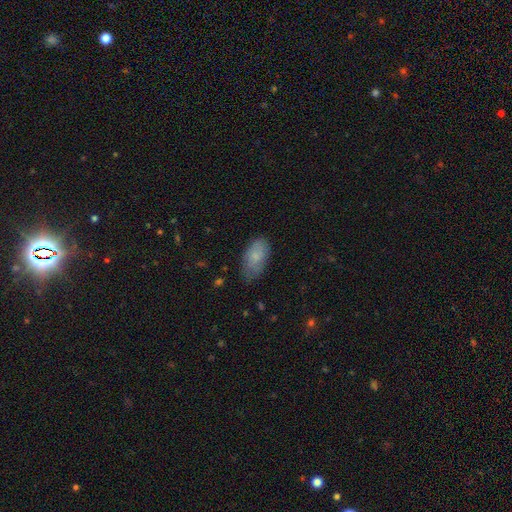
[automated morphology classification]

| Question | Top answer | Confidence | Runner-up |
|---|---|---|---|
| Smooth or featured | smooth | 77% | featured or disk (16%) |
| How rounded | in between | 93% | cigar-shaped (4%) |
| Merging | none | 63% | minor disturbance (29%) |